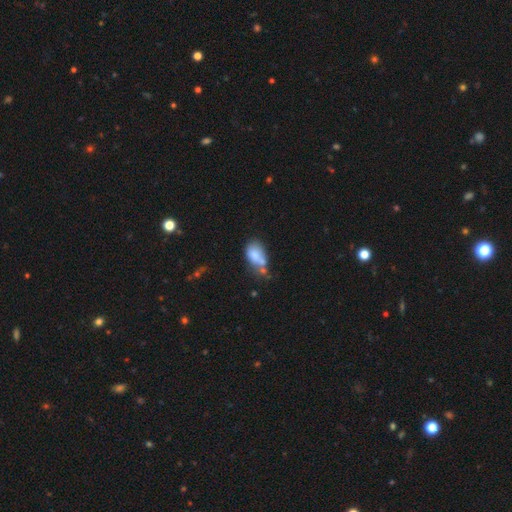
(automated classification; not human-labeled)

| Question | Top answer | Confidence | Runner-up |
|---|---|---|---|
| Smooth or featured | smooth | 73% | featured or disk (18%) |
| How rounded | in between | 84% | round (14%) |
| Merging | merger | 33% | none (28%) |